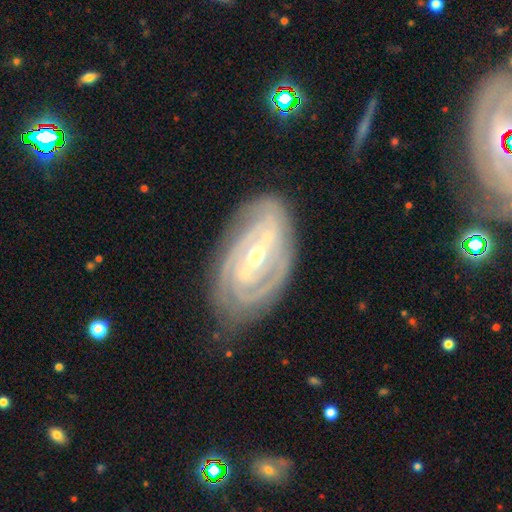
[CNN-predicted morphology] Smooth or featured? featured or disk (90%)
Edge-on disk? no (95%)
Bar? strong (54%)
Spiral arms? yes (97%)
Spiral winding? tight (75%)
Spiral arm count? 2 (40%)
Bulge size? moderate (50%)
Merging? none (76%)